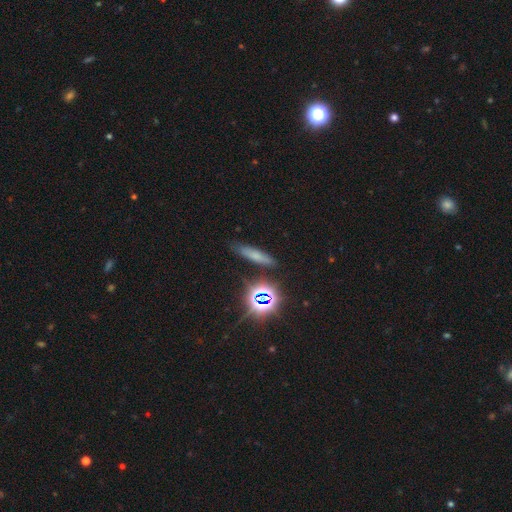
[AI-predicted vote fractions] Smooth or featured? Predicted: smooth (p=0.58). How rounded? Predicted: cigar-shaped (p=0.76). Merging? Predicted: none (p=0.82).